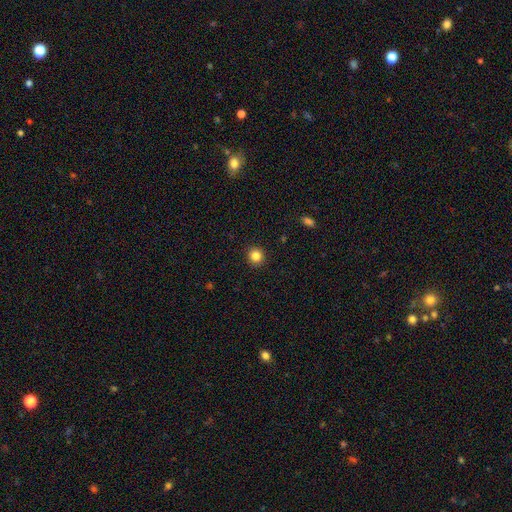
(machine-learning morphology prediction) smooth-or-featured: smooth: 84% | star or artifact: 12% | featured or disk: 5%
  how-rounded: round: 93% | in between: 6% | cigar-shaped: 1%
  merging: none: 93% | minor disturbance: 5% | major disturbance: 2% | merger: 1%